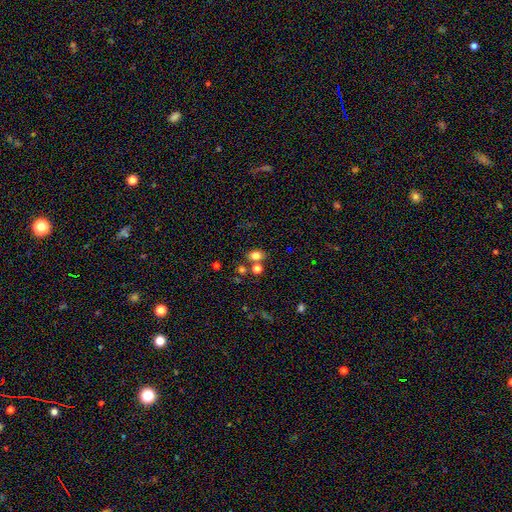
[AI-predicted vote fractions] smooth-or-featured: smooth: 78% | star or artifact: 13% | featured or disk: 8%
  how-rounded: in between: 65% | round: 33% | cigar-shaped: 1%
  merging: none: 65% | merger: 20% | minor disturbance: 11% | major disturbance: 4%